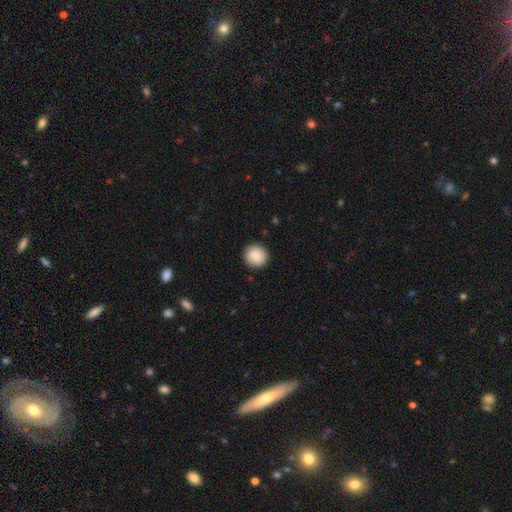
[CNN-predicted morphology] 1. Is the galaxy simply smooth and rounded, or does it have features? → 86% smooth, 7% star or artifact, 7% featured or disk.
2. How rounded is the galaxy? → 95% round, 4% in between, 1% cigar-shaped.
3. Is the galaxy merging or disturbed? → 92% none, 6% minor disturbance, 2% major disturbance, 1% merger.